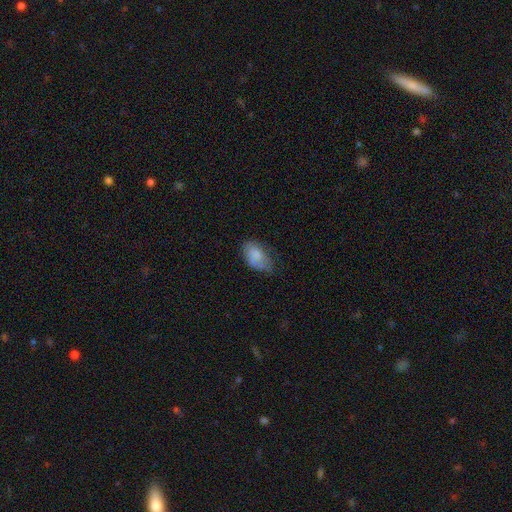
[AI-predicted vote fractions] This appears to be a smooth galaxy with no disk features (76%) that is in between round and cigar-shaped (91%). Merging: none (50%).